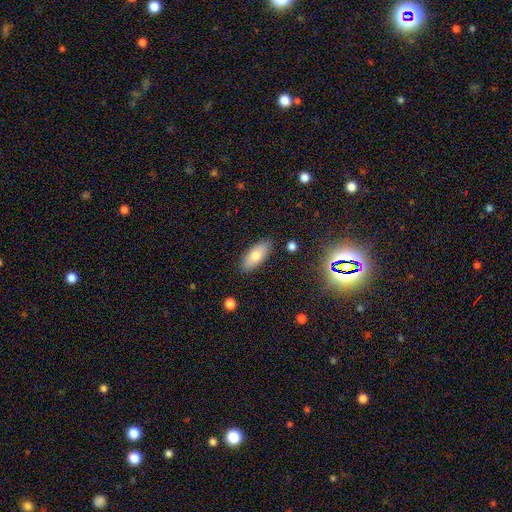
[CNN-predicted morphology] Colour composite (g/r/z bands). It shows a smooth galaxy with no disk features (75%) that is in between round and cigar-shaped (84%). Merging: none (87%).